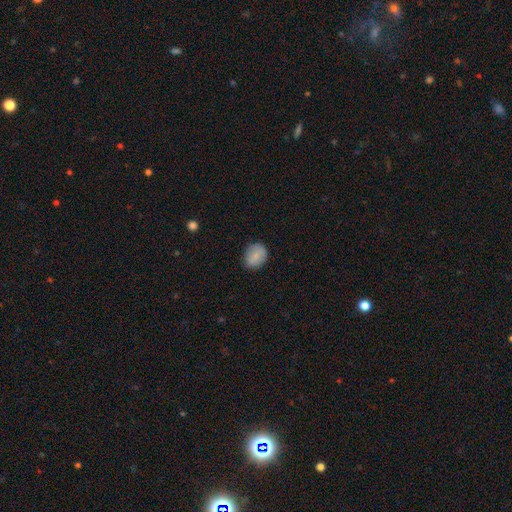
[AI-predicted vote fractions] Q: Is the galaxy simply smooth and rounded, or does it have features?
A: smooth — 82%.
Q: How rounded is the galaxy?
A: round — 59%.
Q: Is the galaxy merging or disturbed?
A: none — 83%.